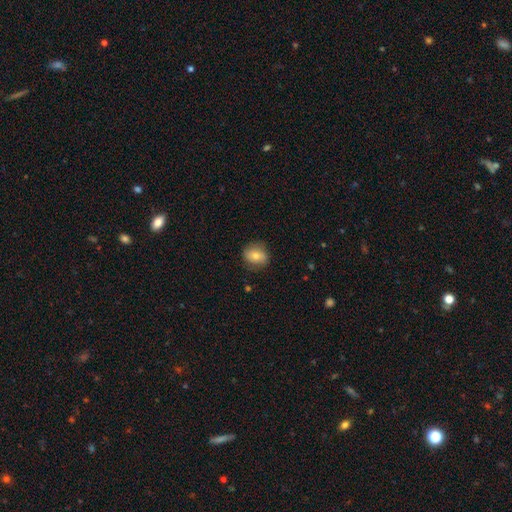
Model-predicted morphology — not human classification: smooth_or_featured: smooth (p=0.72) [alt: featured or disk p=0.19]
how_rounded: round (p=0.62) [alt: in between p=0.36]
merging: none (p=0.83) [alt: minor disturbance p=0.13]